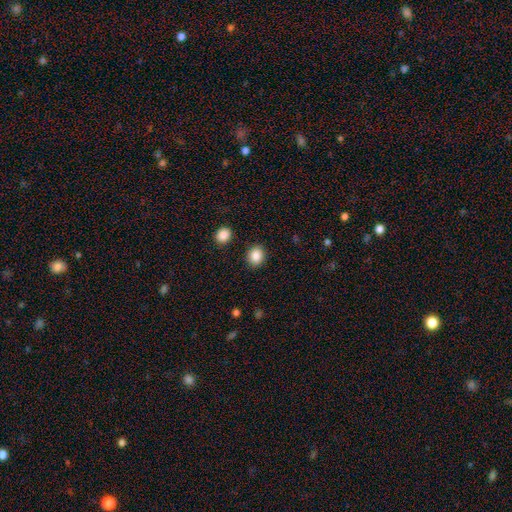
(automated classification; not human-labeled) smooth-or-featured: smooth: 87% | star or artifact: 9% | featured or disk: 4%
  how-rounded: round: 67% | in between: 32% | cigar-shaped: 1%
  merging: none: 89% | minor disturbance: 7% | merger: 2% | major disturbance: 2%